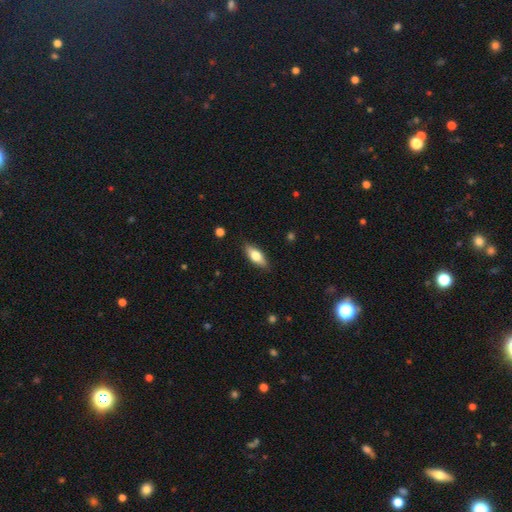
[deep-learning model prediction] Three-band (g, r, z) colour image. It shows a smooth galaxy with no disk features (65%) that is in between round and cigar-shaped (72%). Merging: none (86%).